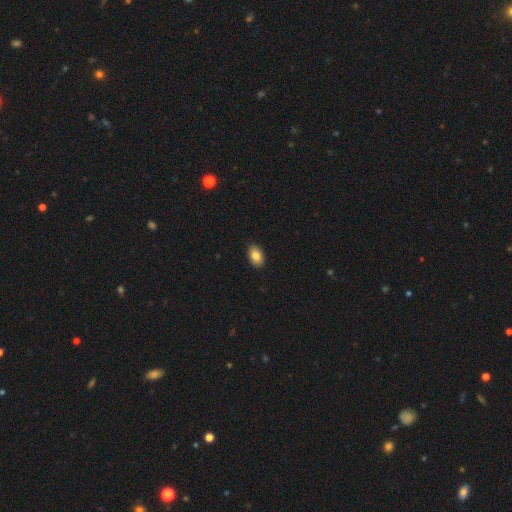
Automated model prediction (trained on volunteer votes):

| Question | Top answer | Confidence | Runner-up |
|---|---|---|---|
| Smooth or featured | smooth | 86% | star or artifact (8%) |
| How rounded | in between | 87% | round (12%) |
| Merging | none | 89% | minor disturbance (9%) |